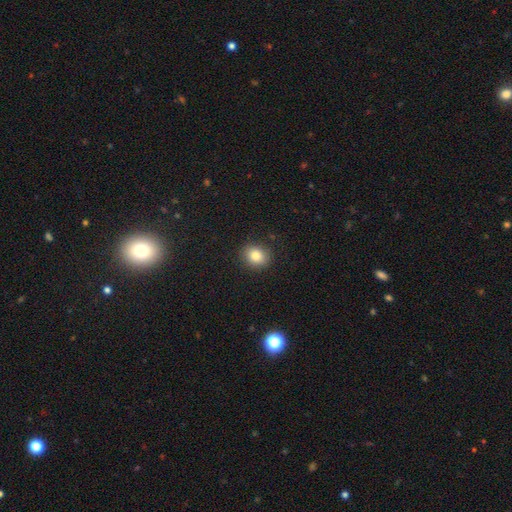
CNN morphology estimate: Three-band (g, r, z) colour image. It shows a smooth galaxy with no disk features (82%) that is round (64%). Merging: none (88%).